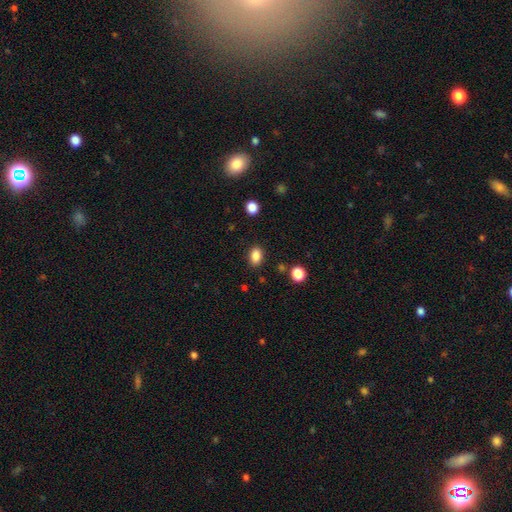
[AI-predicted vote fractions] smooth-or-featured: smooth: 86% | star or artifact: 10% | featured or disk: 4%
  how-rounded: in between: 81% | round: 18% | cigar-shaped: 1%
  merging: none: 87% | minor disturbance: 9% | major disturbance: 3% | merger: 2%